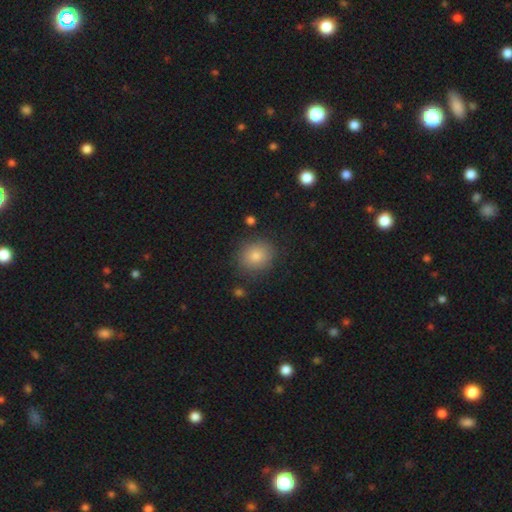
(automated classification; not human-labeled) Smooth or featured: smooth — 79% (star or artifact — 12%)
How rounded: round — 77% (in between — 22%)
Merging: none — 86% (minor disturbance — 9%)